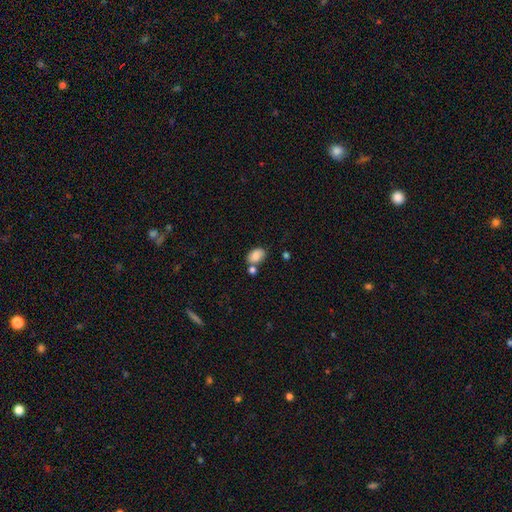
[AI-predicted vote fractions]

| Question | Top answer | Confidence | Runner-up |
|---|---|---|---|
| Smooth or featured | smooth | 84% | featured or disk (8%) |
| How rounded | in between | 86% | round (12%) |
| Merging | none | 57% | merger (21%) |